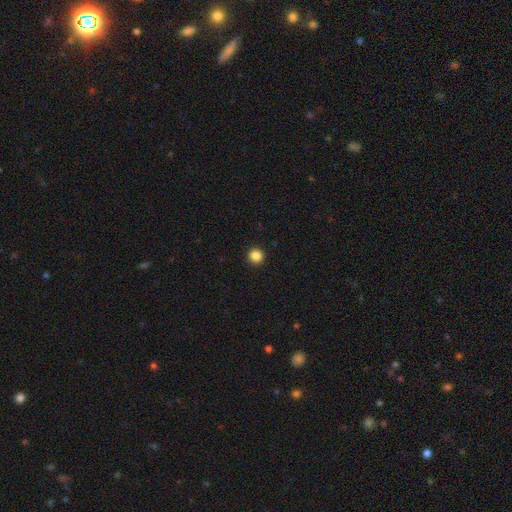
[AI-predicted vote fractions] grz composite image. It shows a smooth galaxy with no disk features (85%) that is round (95%). Merging: none (94%).